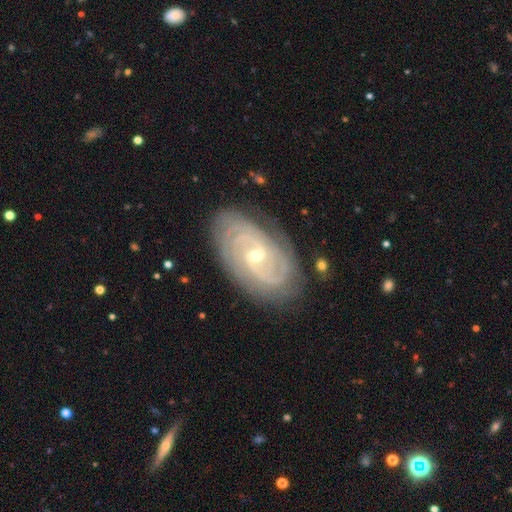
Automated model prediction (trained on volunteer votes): Morphology: type=featured or disk (89%); edge-on=no (96%); bar=weak (44%); spiral arms=yes (98%); winding=tight (73%); arm count=2 (28%); bulge=small (60%); merging=none (82%).